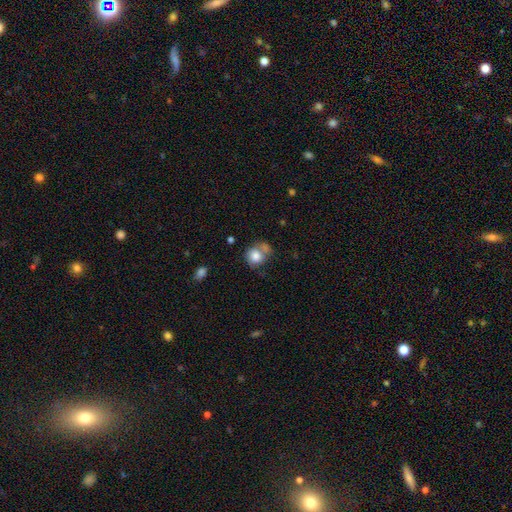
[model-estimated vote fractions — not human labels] Q: Smooth or featured?
A: smooth (77%); runner-up: featured or disk (14%)
Q: How rounded?
A: round (75%); runner-up: in between (24%)
Q: Merging?
A: none (40%); runner-up: merger (29%)